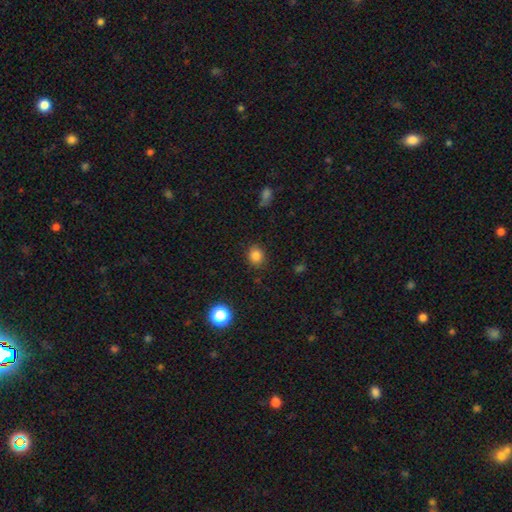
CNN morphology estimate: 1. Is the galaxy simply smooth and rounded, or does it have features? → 84% smooth, 12% star or artifact, 4% featured or disk.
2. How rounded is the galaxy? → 75% round, 24% in between, 1% cigar-shaped.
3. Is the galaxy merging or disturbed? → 88% none, 8% minor disturbance, 3% major disturbance, 1% merger.